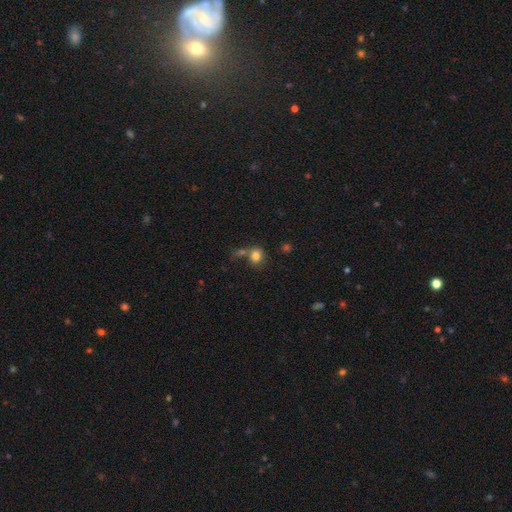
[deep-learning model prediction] This appears to be a smooth galaxy with no disk features (82%) that is round (68%). Merging: none (50%).